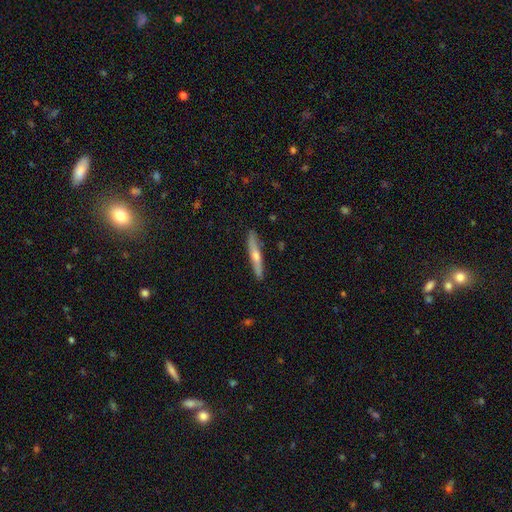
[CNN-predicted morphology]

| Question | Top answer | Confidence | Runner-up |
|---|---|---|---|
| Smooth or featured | featured or disk | 54% | smooth (40%) |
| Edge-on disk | yes | 93% | no (7%) |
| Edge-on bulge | rounded | 82% | none (15%) |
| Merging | none | 89% | minor disturbance (8%) |